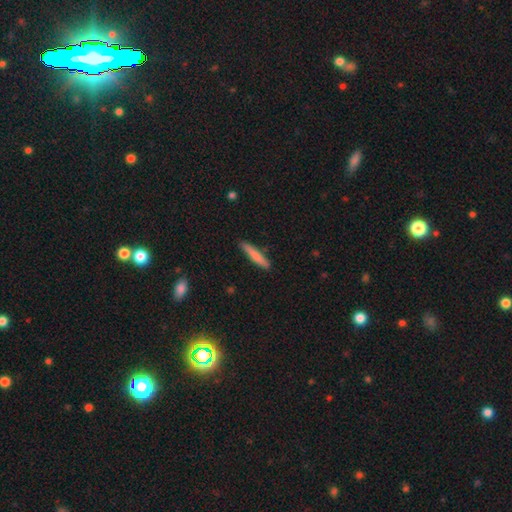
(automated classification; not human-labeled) Q: Smooth or featured?
A: smooth (76%); runner-up: featured or disk (18%)
Q: How rounded?
A: cigar-shaped (92%); runner-up: in between (6%)
Q: Merging?
A: none (87%); runner-up: minor disturbance (10%)